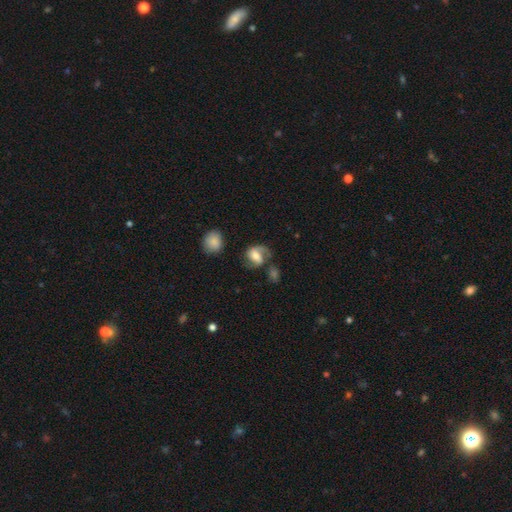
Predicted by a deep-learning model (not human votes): This is likely a featured or disk galaxy (63%). It is clearly not viewed edge-on (97%). Bar: marginally weak (44%). Spiral arm pattern: clearly yes (89%). Spiral arm count: likely 2 (76%). Spiral winding: possibly medium (49%). Central bulge: possibly moderate (49%). Merging: possibly none (50%).